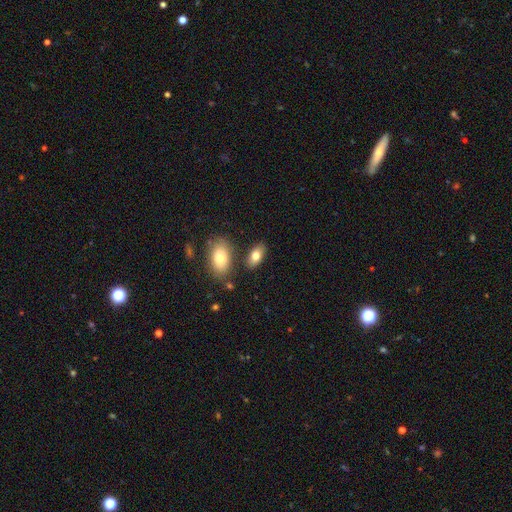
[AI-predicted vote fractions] Overall: smooth (79%). How rounded: in between (92%). Merging: none (77%).